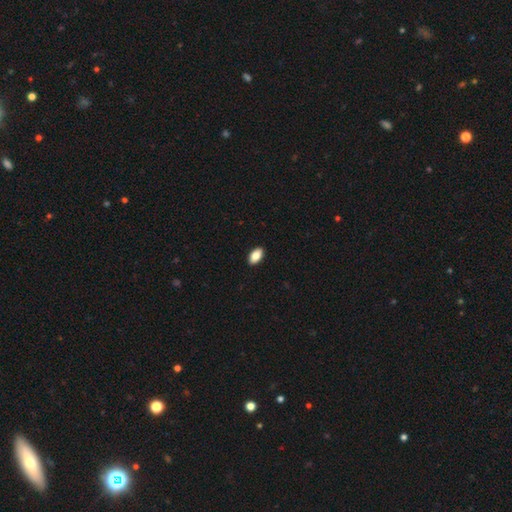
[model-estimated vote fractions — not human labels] This is clearly a smooth galaxy (87%). How rounded: clearly in between (94%). Merging: clearly none (91%).